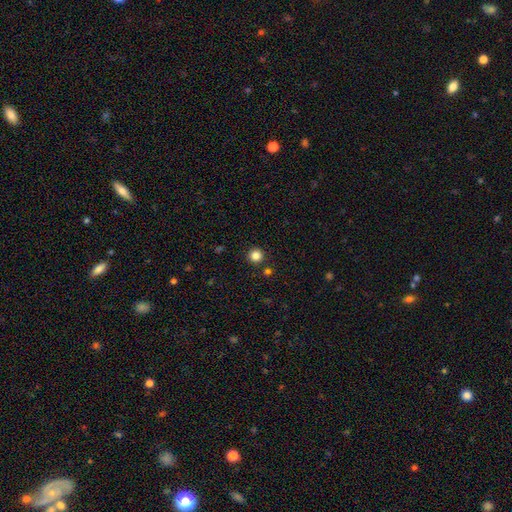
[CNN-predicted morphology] The model was most divided on "smooth or featured": smooth: 84%, star or artifact: 12%, featured or disk: 4%. More confident: how rounded — round (95%); merging — none (90%).